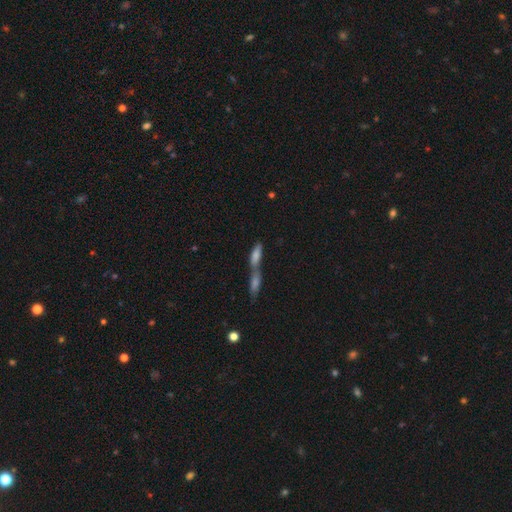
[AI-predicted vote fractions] Smooth or featured: smooth — 57% (featured or disk — 30%)
How rounded: cigar-shaped — 56% (in between — 40%)
Merging: merger — 72% (none — 18%)